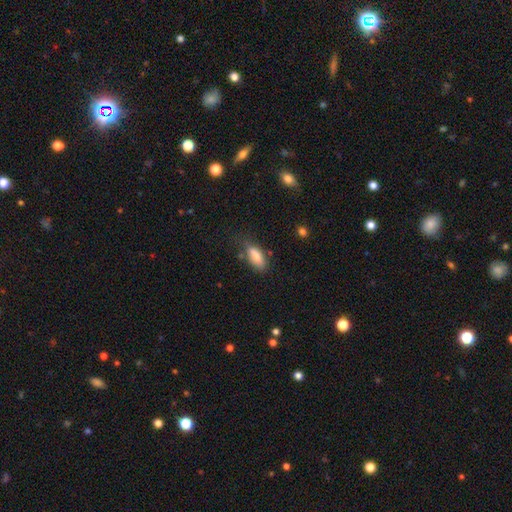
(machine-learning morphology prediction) smooth 82%, featured or disk 10%, star or artifact 8%. Down the decision tree: how rounded — in between (80%); merging — none (60%).